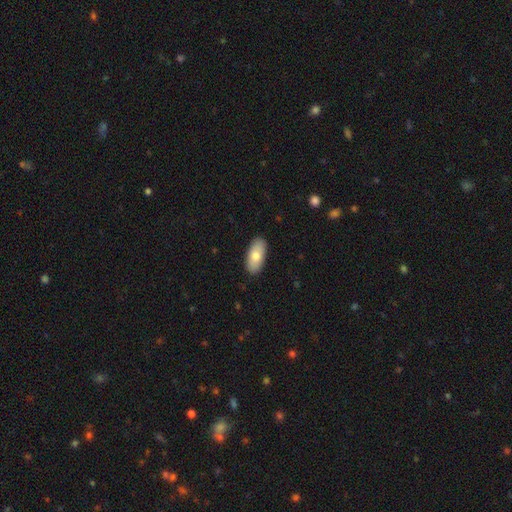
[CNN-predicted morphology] A smooth galaxy with no disk features (76%) that is in between round and cigar-shaped (91%).

Vote fractions:
- Smooth or featured? smooth: 76% / featured or disk: 18% / star or artifact: 6%
- How rounded? in between: 91% / cigar-shaped: 7% / round: 3%
- Merging? none: 89% / minor disturbance: 8% / major disturbance: 2% / merger: 1%